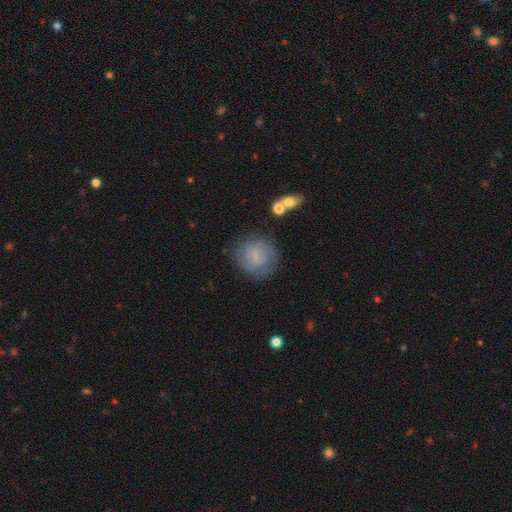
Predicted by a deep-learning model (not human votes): smooth-or-featured: smooth: 64% | featured or disk: 27% | star or artifact: 10%
  how-rounded: round: 87% | in between: 12% | cigar-shaped: 1%
  merging: none: 73% | minor disturbance: 17% | major disturbance: 8% | merger: 3%